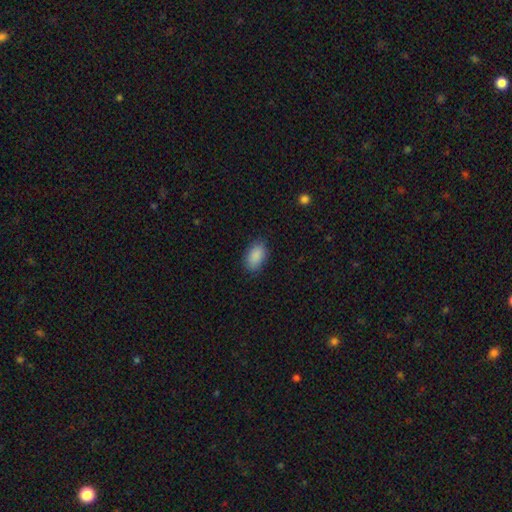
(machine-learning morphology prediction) smooth-or-featured: smooth: 89% | star or artifact: 7% | featured or disk: 3%
  how-rounded: in between: 91% | round: 7% | cigar-shaped: 2%
  merging: none: 84% | minor disturbance: 12% | major disturbance: 3% | merger: 1%